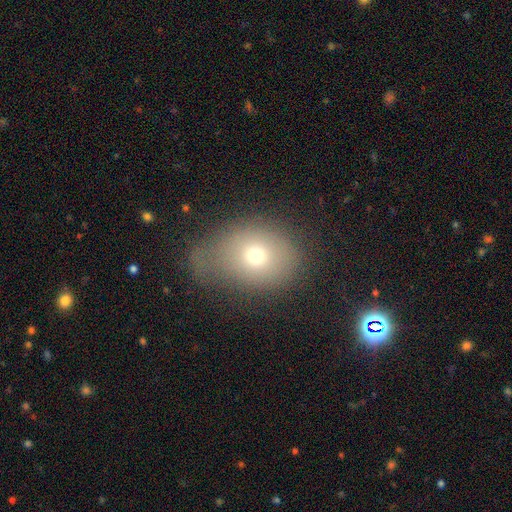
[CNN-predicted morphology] Smooth or featured?
  - smooth: 67% *
  - featured or disk: 17%
  - star or artifact: 15%
How rounded?
  - in between: 51% *
  - round: 48%
  - cigar-shaped: 1%
Merging?
  - none: 44% *
  - minor disturbance: 30%
  - major disturbance: 20%
  - merger: 6%